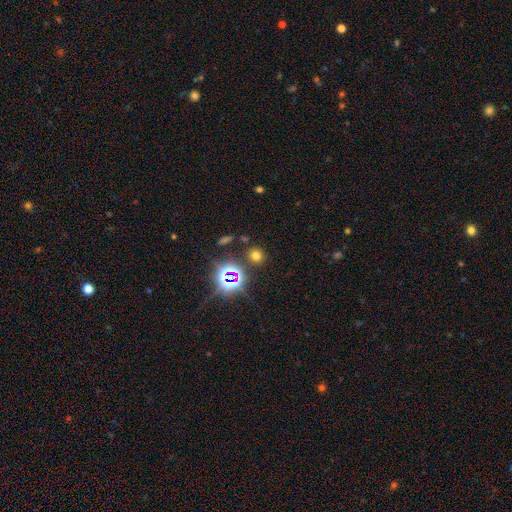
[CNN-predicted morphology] This is likely a smooth galaxy (62%). How rounded: clearly round (83%). Merging: clearly none (85%).